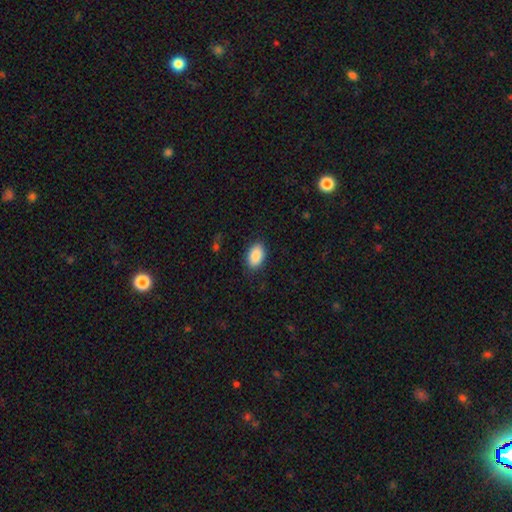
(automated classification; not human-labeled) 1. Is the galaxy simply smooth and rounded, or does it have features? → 89% smooth, 7% star or artifact, 4% featured or disk.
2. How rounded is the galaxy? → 91% in between, 8% round, 1% cigar-shaped.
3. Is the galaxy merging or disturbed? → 86% none, 10% minor disturbance, 3% major disturbance, 1% merger.